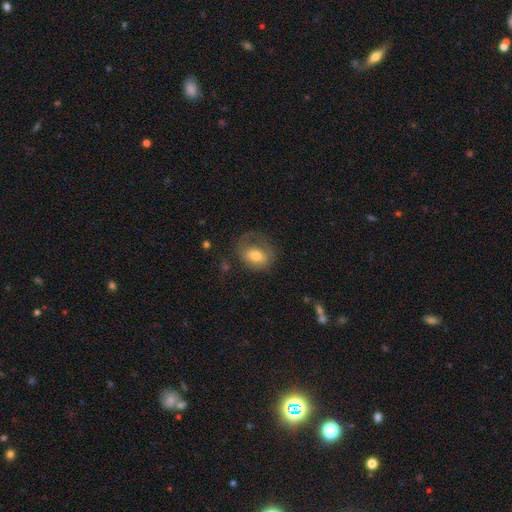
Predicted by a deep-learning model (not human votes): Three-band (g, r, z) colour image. It shows a smooth galaxy with no disk features (65%) that is in between round and cigar-shaped (57%). Merging: none (45%).